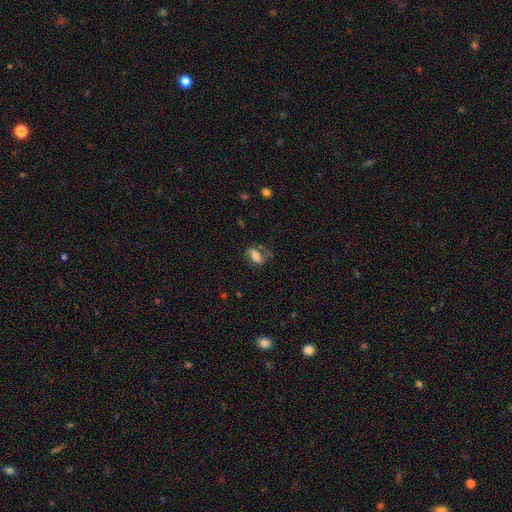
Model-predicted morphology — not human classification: Smooth or featured? Predicted: smooth (p=0.59). How rounded? Predicted: in between (p=0.84). Merging? Predicted: none (p=0.54).